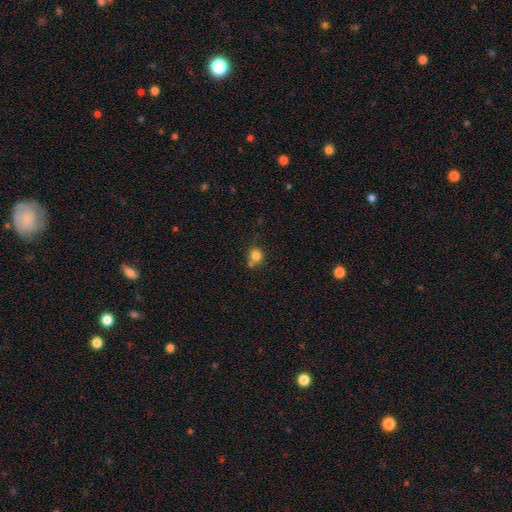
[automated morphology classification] The model was most divided on "merging": none: 57%, merger: 25%, minor disturbance: 13%, major disturbance: 5%. More confident: how rounded — round (82%); smooth or featured — smooth (81%).